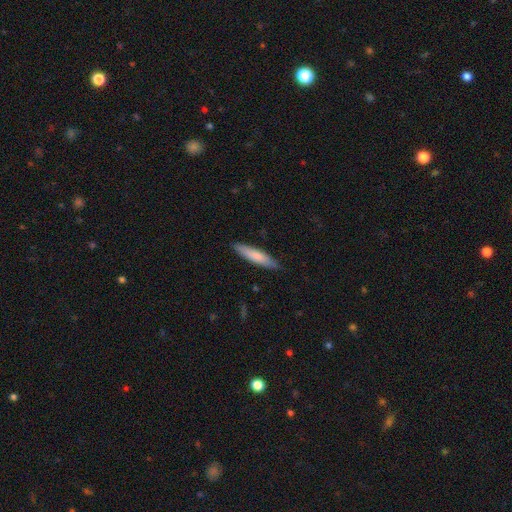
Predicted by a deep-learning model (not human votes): Overall: smooth (78%). How rounded: cigar-shaped (83%). Merging: none (87%).